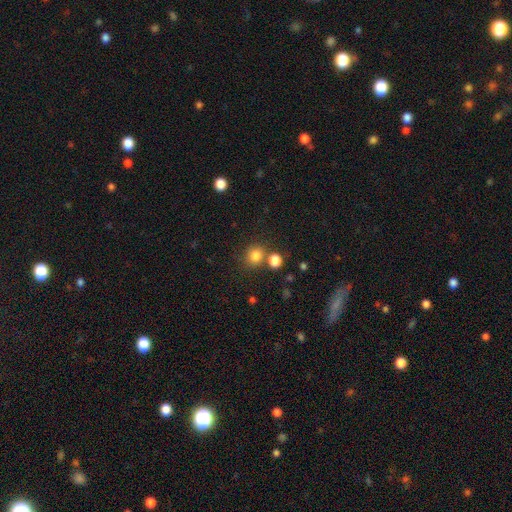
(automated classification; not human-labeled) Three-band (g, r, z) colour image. It shows a smooth galaxy with no disk features (81%) that is round (83%). Merging: none (70%).